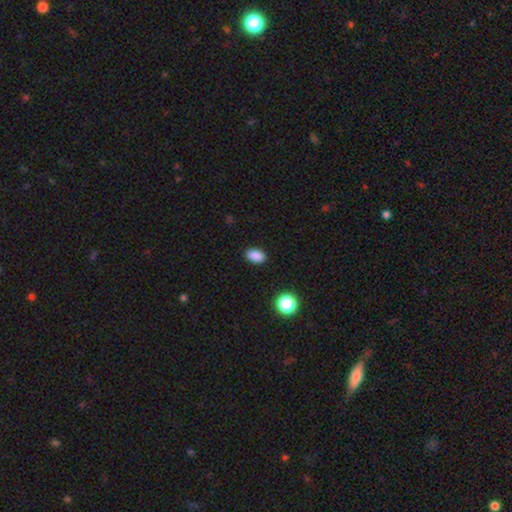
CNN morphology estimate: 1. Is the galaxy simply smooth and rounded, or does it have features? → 87% smooth, 10% star or artifact, 3% featured or disk.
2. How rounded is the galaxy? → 87% in between, 12% round, 1% cigar-shaped.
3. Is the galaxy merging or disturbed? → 88% none, 8% minor disturbance, 2% major disturbance, 1% merger.